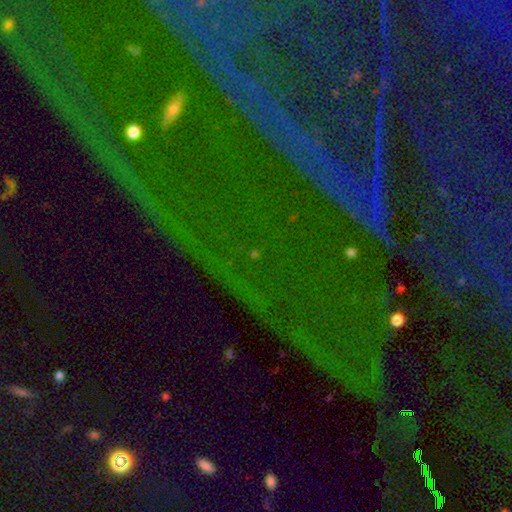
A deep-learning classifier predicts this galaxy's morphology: smooth-or-featured: star or artifact: 78% | featured or disk: 13% | smooth: 9%